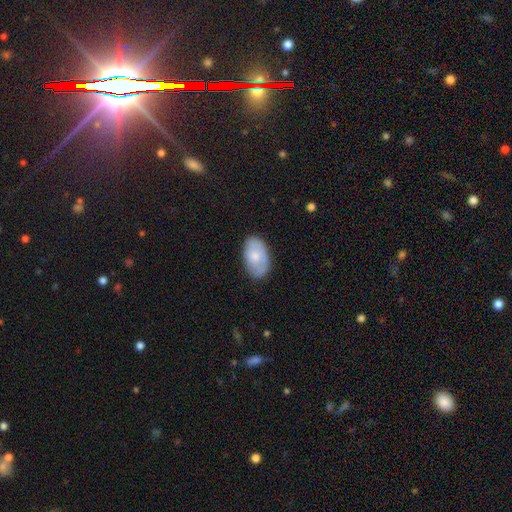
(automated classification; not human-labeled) smooth 69%, featured or disk 25%, star or artifact 6%. Down the decision tree: how rounded — in between (93%); merging — none (77%).